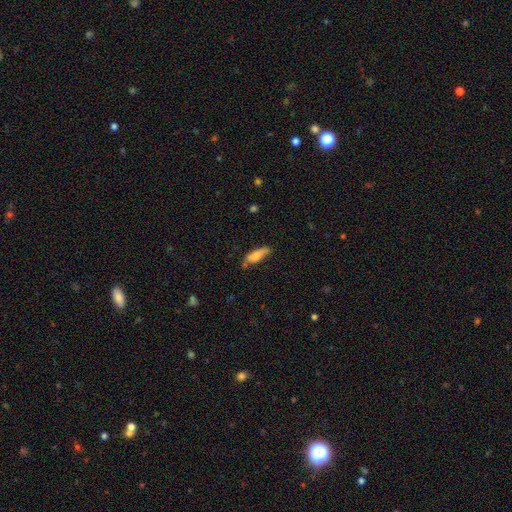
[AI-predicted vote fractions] This is likely a smooth galaxy (69%). How rounded: possibly in between (52%). Merging: likely none (66%).